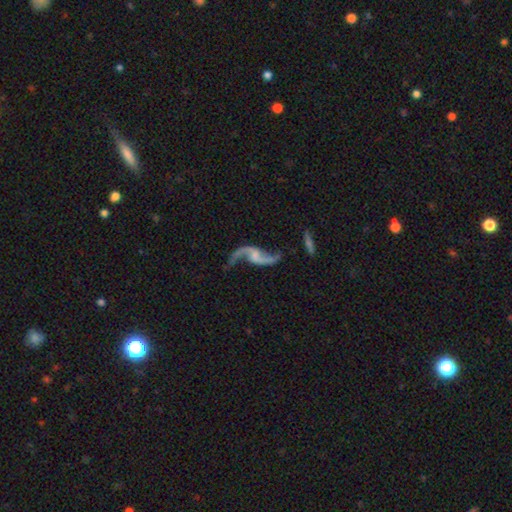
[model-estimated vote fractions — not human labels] Q: Smooth or featured?
A: featured or disk (90%); runner-up: smooth (5%)
Q: Edge-on disk?
A: no (96%); runner-up: yes (4%)
Q: Bar?
A: no (46%); runner-up: weak (40%)
Q: Spiral arms?
A: yes (96%); runner-up: no (4%)
Q: Spiral winding?
A: loose (92%); runner-up: medium (6%)
Q: Spiral arm count?
A: 2 (93%); runner-up: 1 (3%)
Q: Bulge size?
A: none (54%); runner-up: small (25%)
Q: Merging?
A: none (67%); runner-up: minor disturbance (16%)